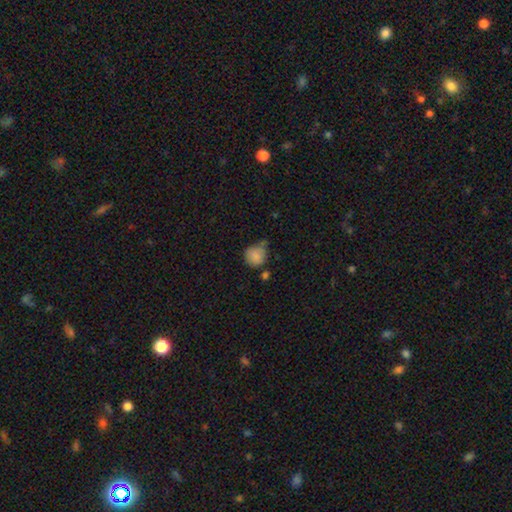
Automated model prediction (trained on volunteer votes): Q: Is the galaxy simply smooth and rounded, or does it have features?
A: smooth — 84%.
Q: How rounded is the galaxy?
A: round — 83%.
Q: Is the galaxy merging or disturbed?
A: none — 53%.